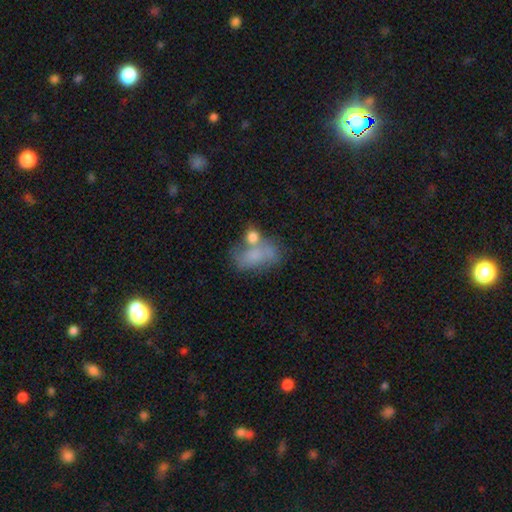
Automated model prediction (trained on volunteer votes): A smooth galaxy with no disk features (59%) that is in between round and cigar-shaped (83%). Merging: merger (38%).